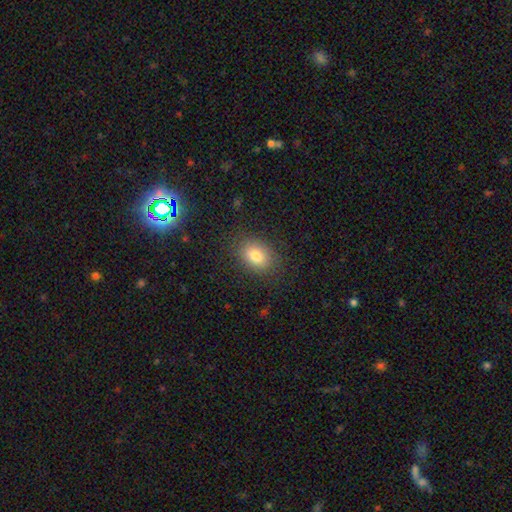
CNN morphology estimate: smooth-or-featured: smooth: 80% | featured or disk: 10% | star or artifact: 10%
  how-rounded: in between: 73% | round: 25% | cigar-shaped: 1%
  merging: none: 83% | minor disturbance: 12% | major disturbance: 4% | merger: 1%